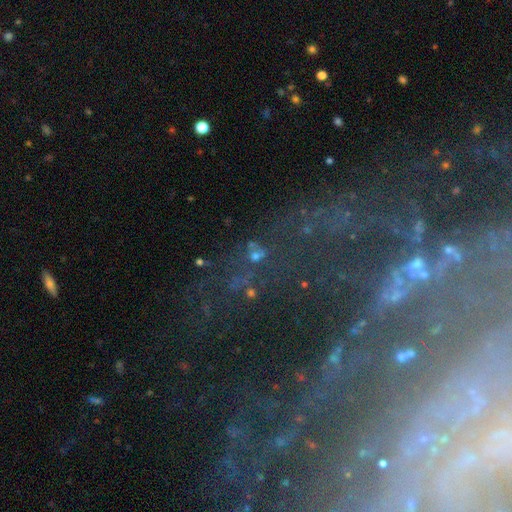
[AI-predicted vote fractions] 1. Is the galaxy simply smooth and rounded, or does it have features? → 42% star or artifact, 38% smooth, 19% featured or disk.